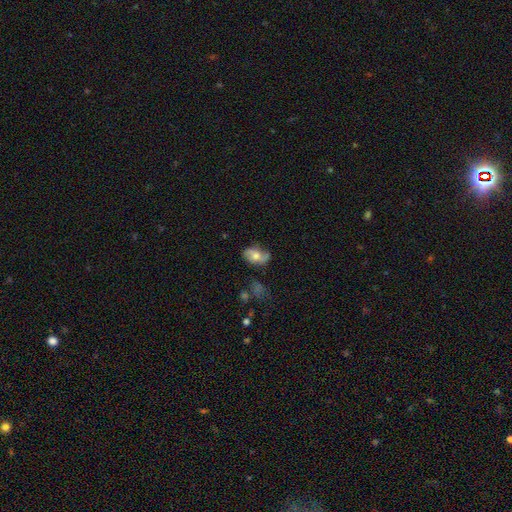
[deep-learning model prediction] The model was most divided on "smooth or featured": featured or disk: 47%, smooth: 44%, star or artifact: 8%. More confident: merging — none (55%).